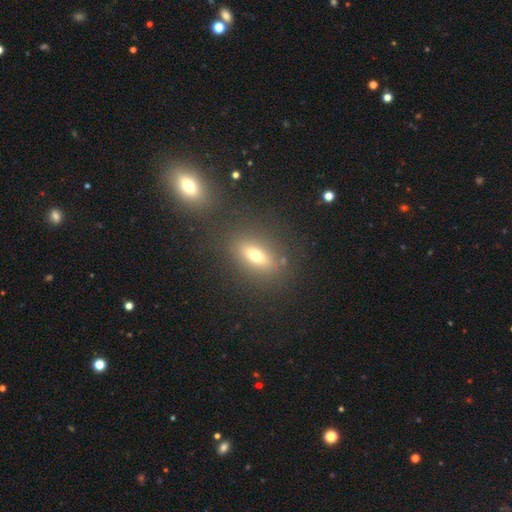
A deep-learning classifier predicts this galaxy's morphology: Smooth or featured: smooth — 65% (featured or disk — 21%)
How rounded: in between — 71% (round — 16%)
Merging: none — 80% (minor disturbance — 10%)